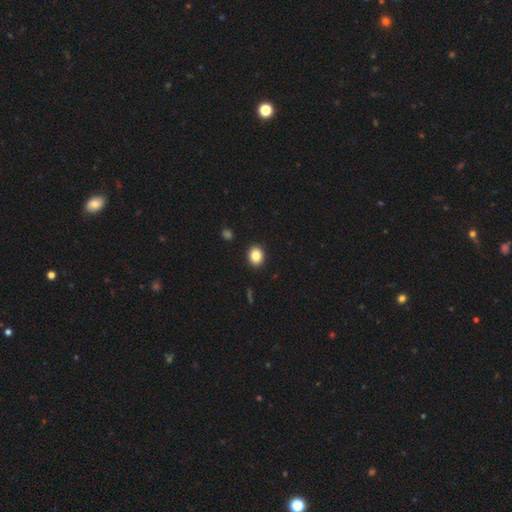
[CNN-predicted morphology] Smooth or featured? smooth (85%)
How rounded? round (62%)
Merging? none (92%)